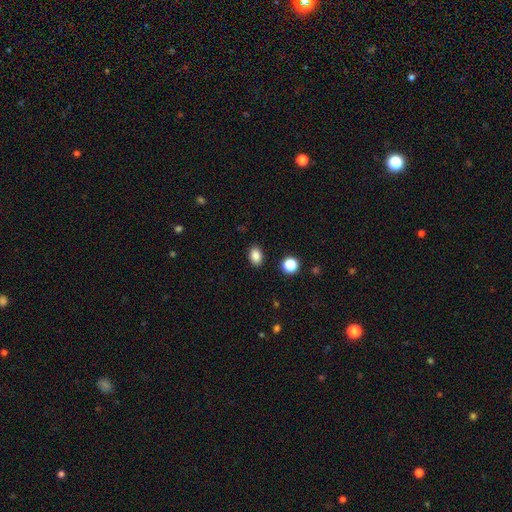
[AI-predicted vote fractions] smooth 85%, star or artifact 10%, featured or disk 4%. Down the decision tree: how rounded — in between (78%); merging — none (88%).